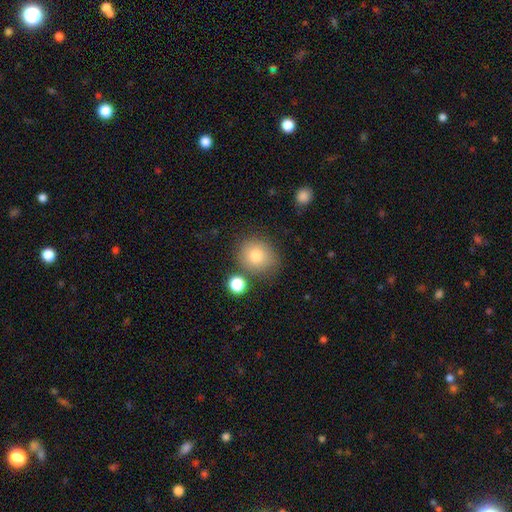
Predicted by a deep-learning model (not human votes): This is likely a smooth galaxy (79%). How rounded: clearly round (81%). Merging: likely none (73%).